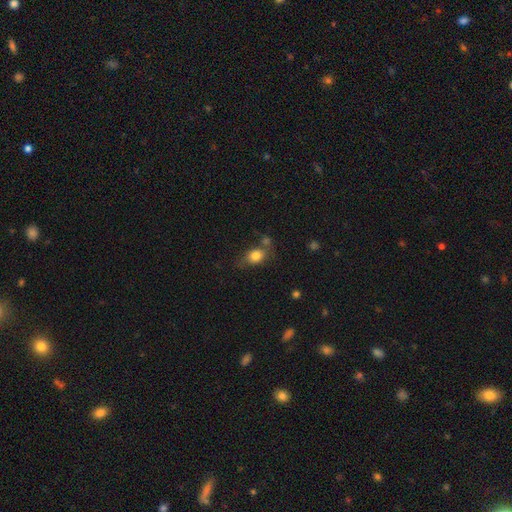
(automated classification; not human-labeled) A smooth galaxy with no disk features (81%) that is in between round and cigar-shaped (65%).

Vote fractions:
- Smooth or featured? smooth: 81% / featured or disk: 10% / star or artifact: 9%
- How rounded? in between: 65% / round: 33% / cigar-shaped: 2%
- Merging? none: 56% / minor disturbance: 22% / merger: 13% / major disturbance: 8%